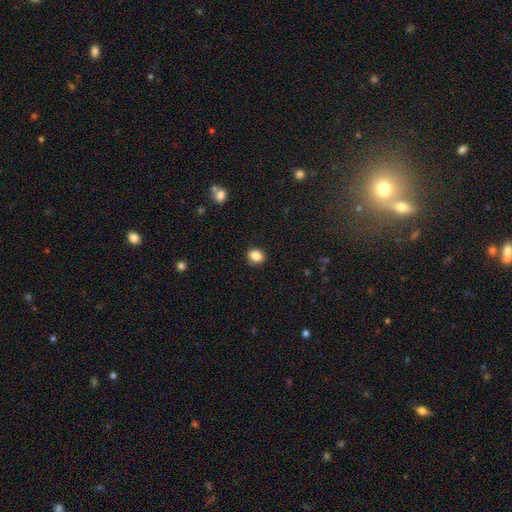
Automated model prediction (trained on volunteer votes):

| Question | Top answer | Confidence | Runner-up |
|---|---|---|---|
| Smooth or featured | smooth | 86% | star or artifact (9%) |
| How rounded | round | 56% | in between (43%) |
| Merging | none | 87% | minor disturbance (10%) |